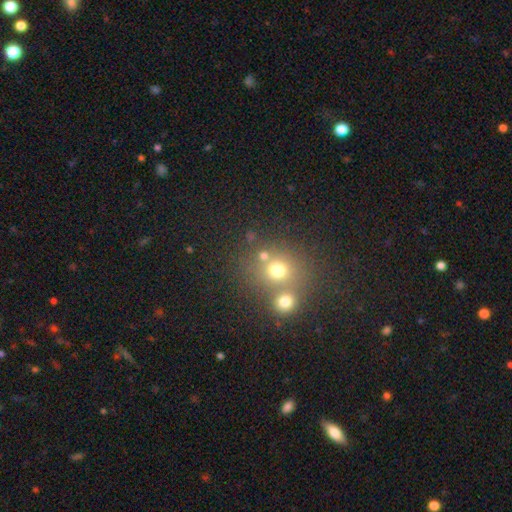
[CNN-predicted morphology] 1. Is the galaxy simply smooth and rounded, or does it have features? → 54% smooth, 32% star or artifact, 14% featured or disk.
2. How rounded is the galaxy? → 80% round, 19% in between, 1% cigar-shaped.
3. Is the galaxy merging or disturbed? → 53% none, 36% merger, 8% minor disturbance, 4% major disturbance.